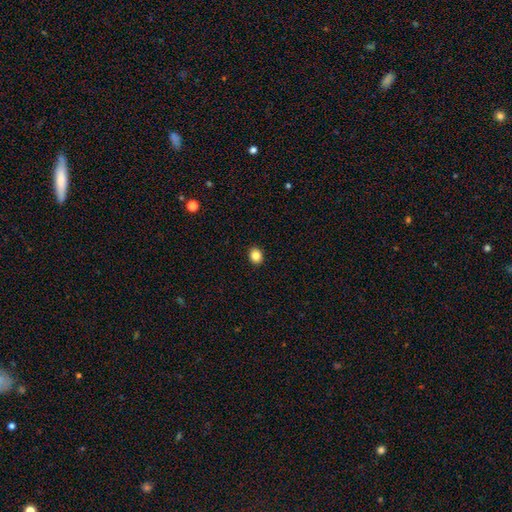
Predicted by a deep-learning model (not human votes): Morphology: type=smooth (85%); roundness=round (59%); merging=none (92%).